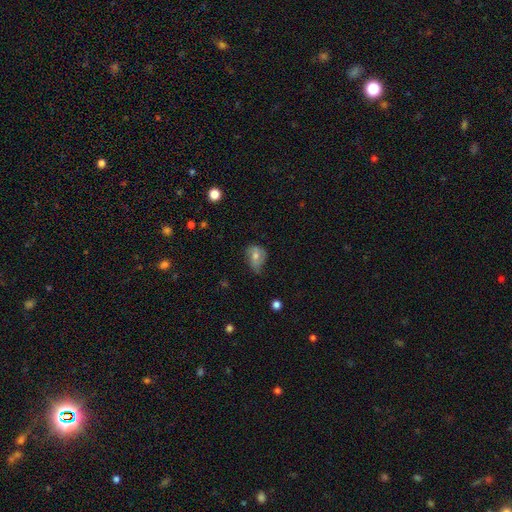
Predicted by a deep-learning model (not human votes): A smooth galaxy with no disk features (52%) that is in between round and cigar-shaped (61%). Merging: none (46%).